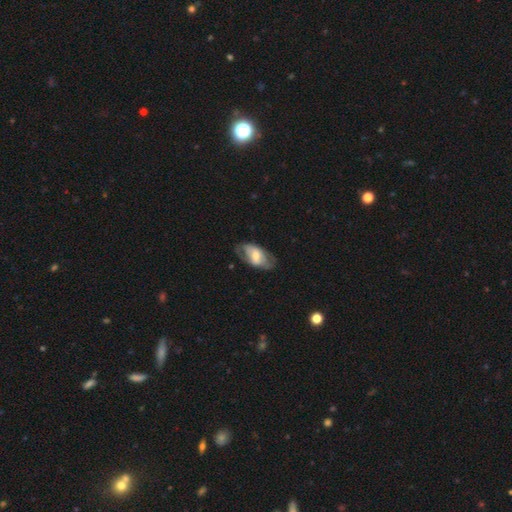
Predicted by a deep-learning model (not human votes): featured or disk 52%, smooth 42%, star or artifact 6%. Down the decision tree: edge-on disk — no (90%); merging — none (65%).